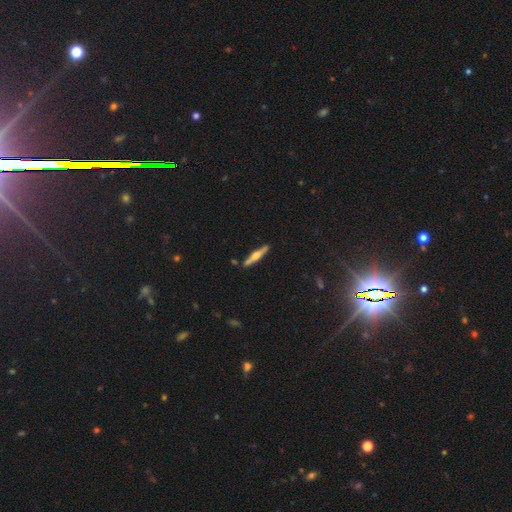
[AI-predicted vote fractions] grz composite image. It shows a featured or disk galaxy (66%) viewed edge-on (97%) with a rounded central bulge (90%). Merging: none (87%).